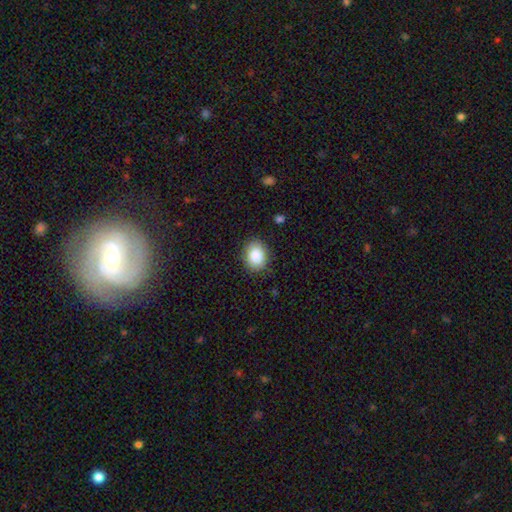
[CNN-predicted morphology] type=smooth (86%); roundness=in between (51%); merging=none (85%).